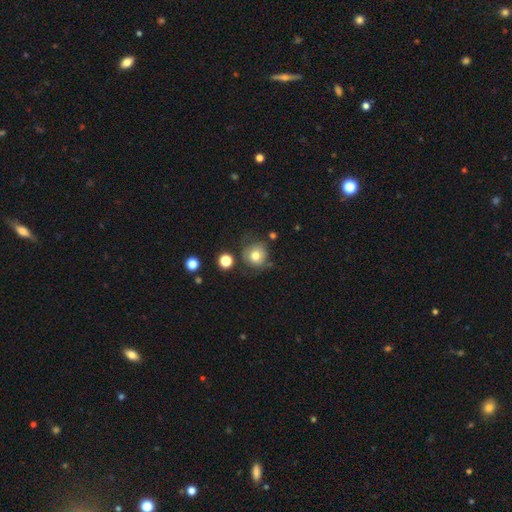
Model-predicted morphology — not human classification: smooth-or-featured: smooth: 74% | featured or disk: 15% | star or artifact: 11%
  how-rounded: round: 89% | in between: 10% | cigar-shaped: 1%
  merging: none: 69% | minor disturbance: 19% | major disturbance: 7% | merger: 5%